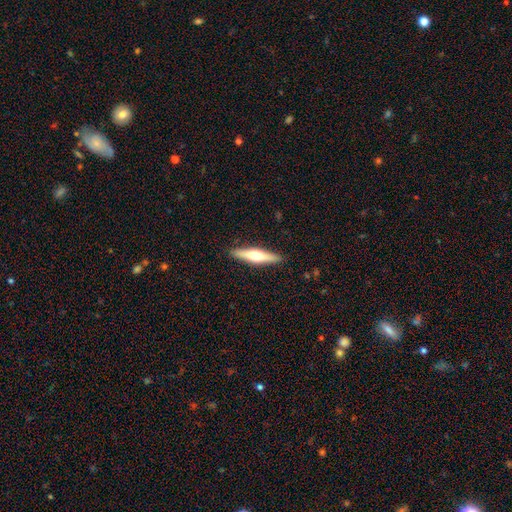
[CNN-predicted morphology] Smooth or featured: featured or disk — 51% (smooth — 44%)
Edge-on disk: yes — 95% (no — 5%)
Merging: none — 91% (minor disturbance — 7%)